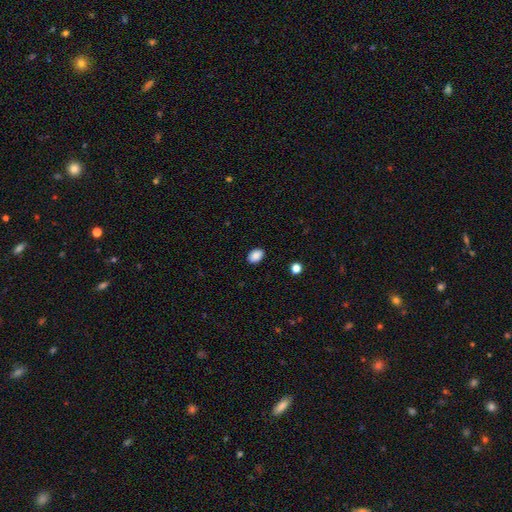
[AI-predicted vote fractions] A smooth galaxy with no disk features (88%) that is in between round and cigar-shaped (81%).

Vote fractions:
- Smooth or featured? smooth: 88% / star or artifact: 8% / featured or disk: 3%
- How rounded? in between: 81% / round: 18% / cigar-shaped: 1%
- Merging? none: 89% / minor disturbance: 8% / major disturbance: 2% / merger: 1%